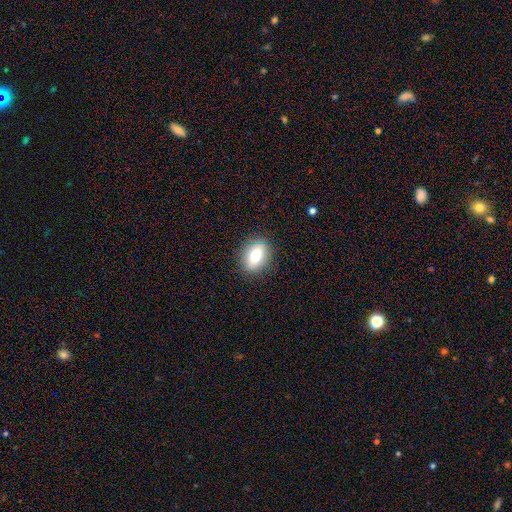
Morphology: type=smooth (77%); roundness=in between (70%); merging=none (94%).